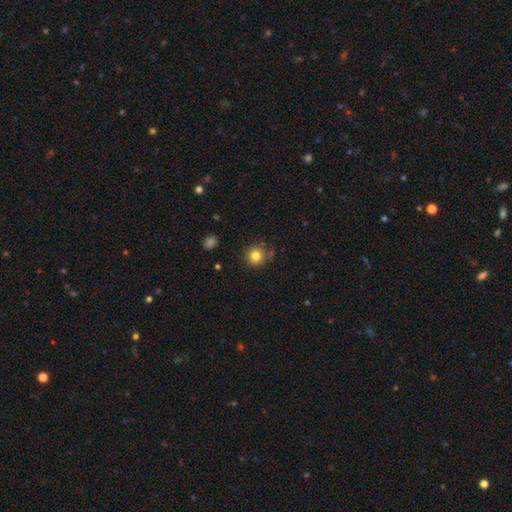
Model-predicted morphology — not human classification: Smooth or featured: smooth — 81% (star or artifact — 12%)
How rounded: round — 92% (in between — 7%)
Merging: none — 81% (minor disturbance — 11%)